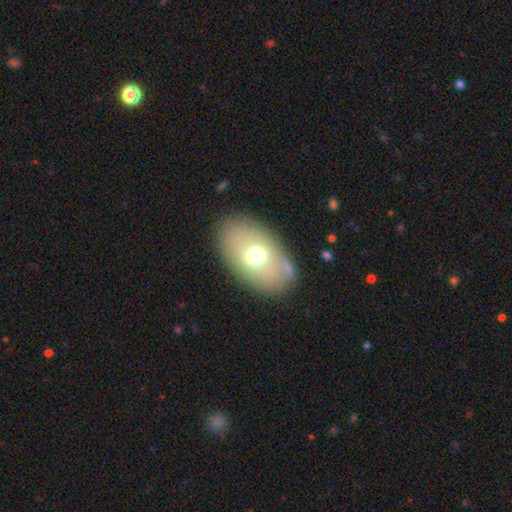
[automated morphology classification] A smooth galaxy with no disk features (64%) that is in between round and cigar-shaped (90%).

Vote fractions:
- Smooth or featured? smooth: 64% / featured or disk: 28% / star or artifact: 9%
- How rounded? in between: 90% / round: 9% / cigar-shaped: 1%
- Merging? none: 83% / minor disturbance: 11% / major disturbance: 3% / merger: 2%